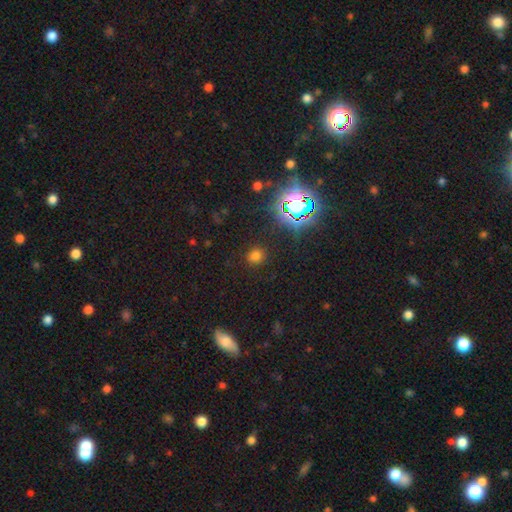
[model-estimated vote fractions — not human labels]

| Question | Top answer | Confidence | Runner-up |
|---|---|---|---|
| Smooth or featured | smooth | 65% | star or artifact (29%) |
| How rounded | round | 81% | in between (18%) |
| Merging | none | 86% | minor disturbance (8%) |